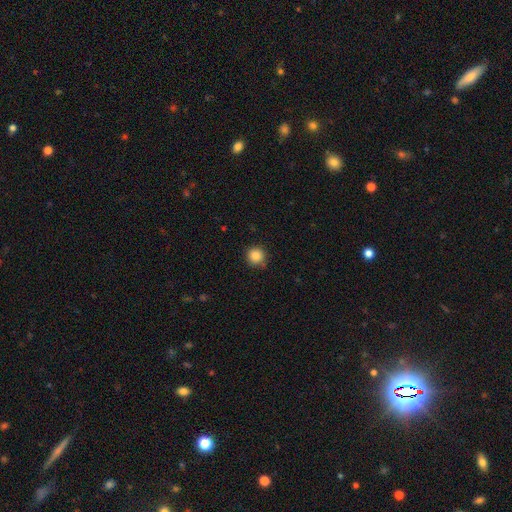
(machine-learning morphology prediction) smooth-or-featured: smooth: 86% | star or artifact: 10% | featured or disk: 4%
  how-rounded: round: 95% | in between: 4% | cigar-shaped: 1%
  merging: none: 86% | minor disturbance: 10% | major disturbance: 2% | merger: 2%